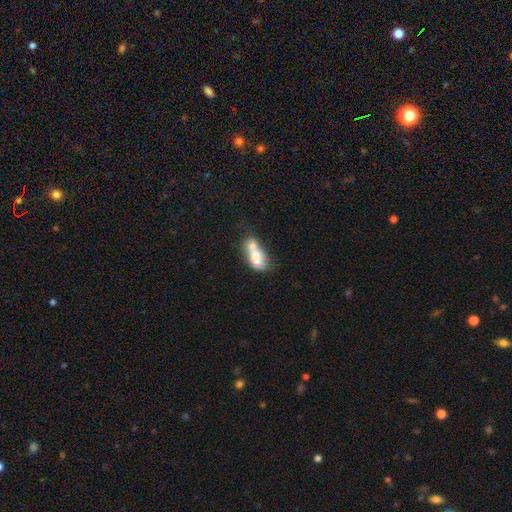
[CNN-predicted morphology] Overall: smooth (59%; featured or disk 32%). How rounded: in between (77%). Merging: merger (61%).